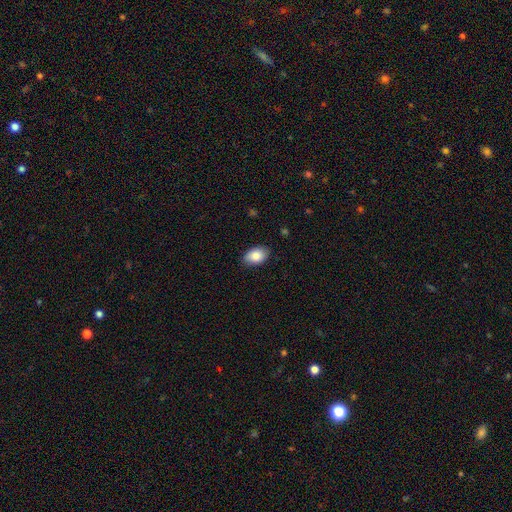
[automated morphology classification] smooth-or-featured: smooth: 86% | featured or disk: 8% | star or artifact: 7%
  how-rounded: in between: 88% | round: 11% | cigar-shaped: 1%
  merging: none: 85% | minor disturbance: 12% | major disturbance: 2% | merger: 1%